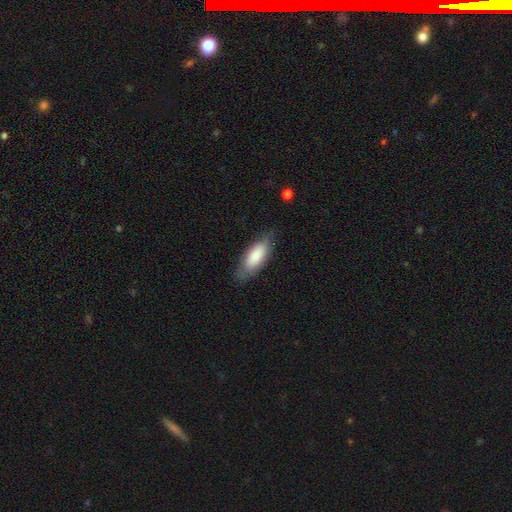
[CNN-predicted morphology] Smooth or featured?
  - smooth: 83% *
  - featured or disk: 12%
  - star or artifact: 6%
How rounded?
  - in between: 75% *
  - cigar-shaped: 23%
  - round: 2%
Merging?
  - none: 77% *
  - minor disturbance: 18%
  - major disturbance: 4%
  - merger: 1%